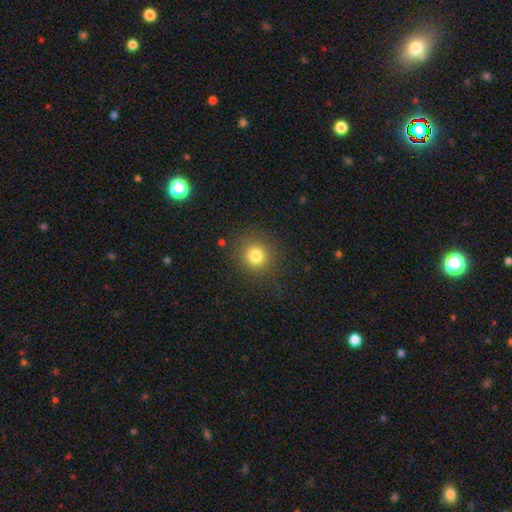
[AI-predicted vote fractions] This is likely a smooth galaxy (80%). How rounded: clearly round (91%). Merging: clearly none (87%).